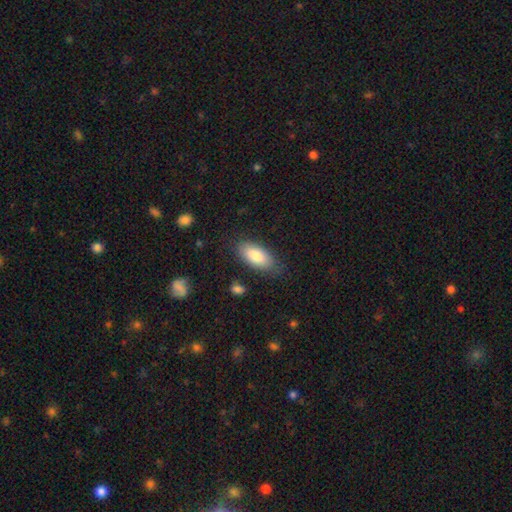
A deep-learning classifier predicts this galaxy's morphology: Smooth or featured?
  - smooth: 84% *
  - featured or disk: 11%
  - star or artifact: 6%
How rounded?
  - in between: 89% *
  - cigar-shaped: 8%
  - round: 2%
Merging?
  - none: 79% *
  - minor disturbance: 15%
  - major disturbance: 4%
  - merger: 2%